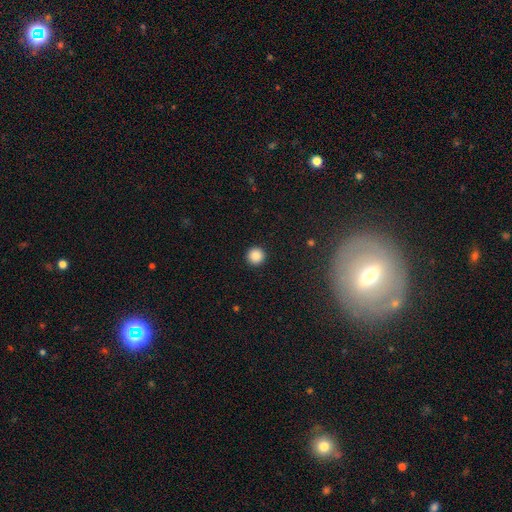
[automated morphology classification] smooth_or_featured: smooth (p=0.88) [alt: star or artifact p=0.10]
how_rounded: round (p=0.96) [alt: in between p=0.03]
merging: none (p=0.93) [alt: minor disturbance p=0.04]